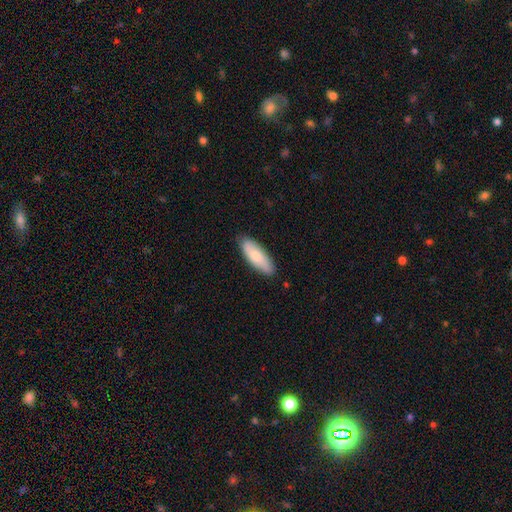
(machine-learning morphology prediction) Overall: smooth (77%). How rounded: in between (66%; cigar-shaped 32%). Merging: none (86%).